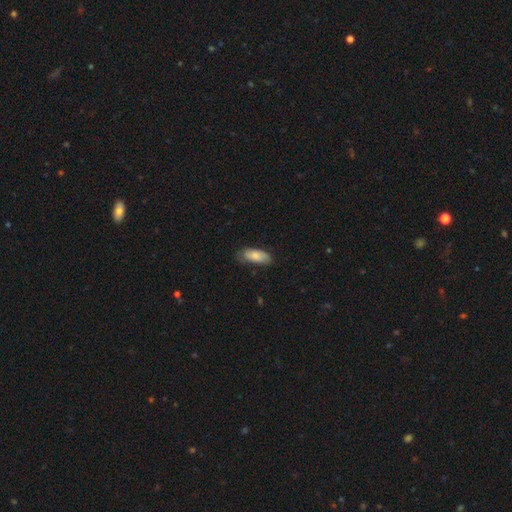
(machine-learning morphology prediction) This appears to be a smooth galaxy with no disk features (78%) that is in between round and cigar-shaped (83%). Merging: none (66%).